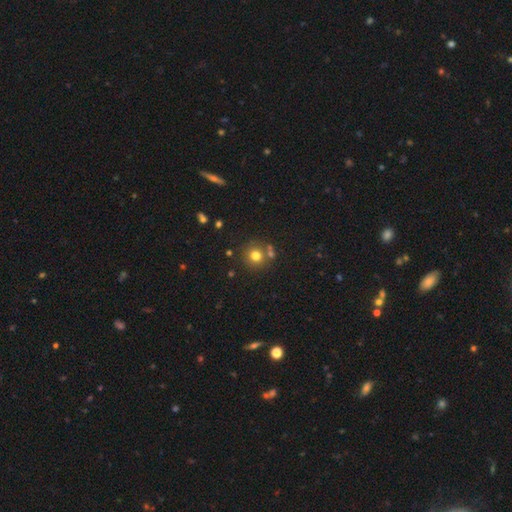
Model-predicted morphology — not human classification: This is likely a smooth galaxy (76%). How rounded: clearly round (92%). Merging: likely none (74%).